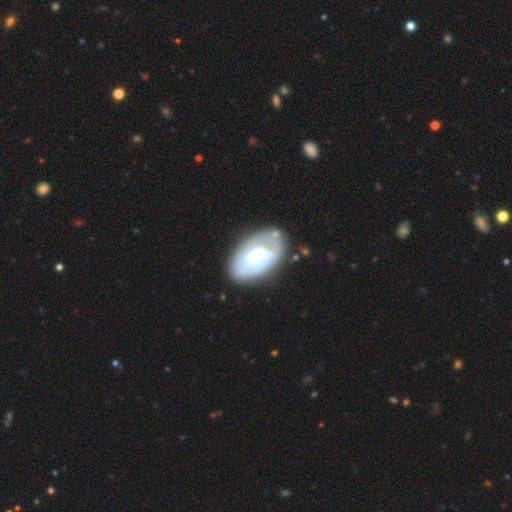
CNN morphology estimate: Smooth or featured?
  - featured or disk: 56% *
  - smooth: 37%
  - star or artifact: 6%
Edge-on disk?
  - no: 94% *
  - yes: 6%
Bar?
  - no: 49% *
  - weak: 36%
  - strong: 14%
Spiral arms?
  - no: 53% *
  - yes: 47%
Bulge size?
  - moderate: 48% *
  - small: 30%
  - large: 14%
  - none: 6%
  - dominant: 2%
Merging?
  - none: 62% *
  - minor disturbance: 23%
  - major disturbance: 10%
  - merger: 6%